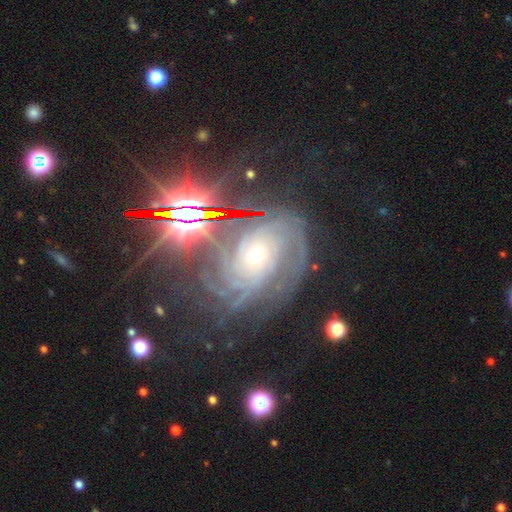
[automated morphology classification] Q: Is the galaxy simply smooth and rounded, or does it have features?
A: featured or disk — 79%.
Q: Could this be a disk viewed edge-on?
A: no — 96%.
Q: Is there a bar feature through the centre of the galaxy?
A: no — 75%.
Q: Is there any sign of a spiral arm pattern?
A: yes — 96%.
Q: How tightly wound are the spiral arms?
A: tight — 60%.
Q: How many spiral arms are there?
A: can't tell — 29%.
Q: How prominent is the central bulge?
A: moderate — 48%.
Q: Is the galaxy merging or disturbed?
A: none — 61%.